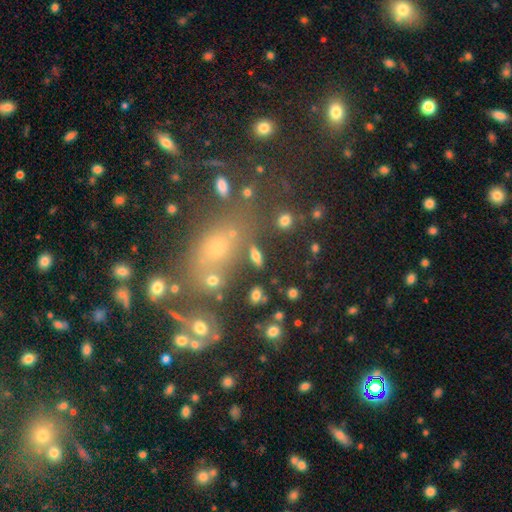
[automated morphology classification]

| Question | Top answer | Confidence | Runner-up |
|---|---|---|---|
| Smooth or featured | smooth | 66% | featured or disk (20%) |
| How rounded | in between | 70% | cigar-shaped (16%) |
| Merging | none | 77% | minor disturbance (11%) |